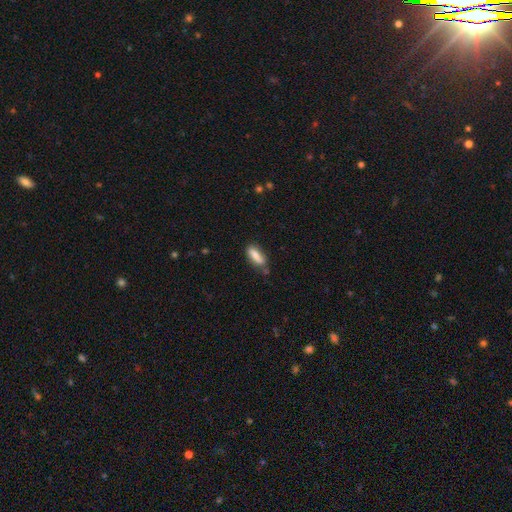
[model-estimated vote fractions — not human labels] smooth-or-featured: smooth: 78% | featured or disk: 15% | star or artifact: 7%
  how-rounded: in between: 65% | cigar-shaped: 32% | round: 3%
  merging: none: 58% | minor disturbance: 28% | merger: 7% | major disturbance: 7%